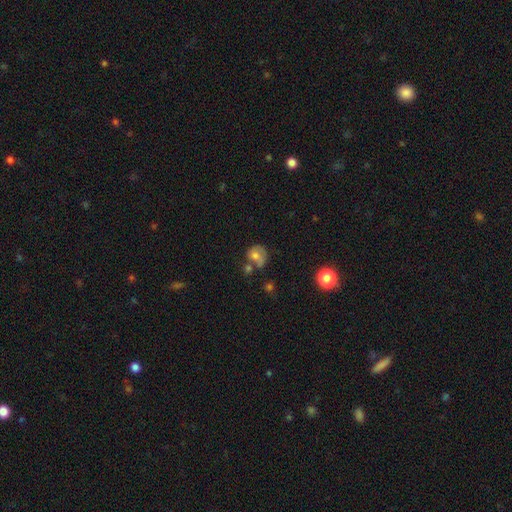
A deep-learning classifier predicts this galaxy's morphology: Q: Smooth or featured?
A: smooth (56%); runner-up: featured or disk (33%)
Q: How rounded?
A: round (64%); runner-up: in between (35%)
Q: Merging?
A: none (40%); runner-up: minor disturbance (23%)